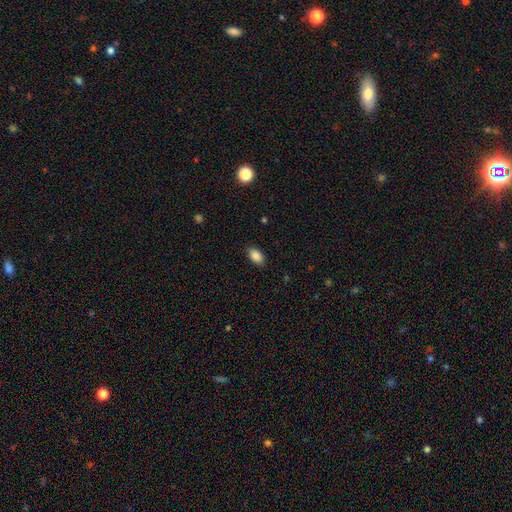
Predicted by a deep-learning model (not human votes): Q: Smooth or featured?
A: smooth (87%); runner-up: star or artifact (8%)
Q: How rounded?
A: in between (92%); runner-up: round (6%)
Q: Merging?
A: none (88%); runner-up: minor disturbance (9%)